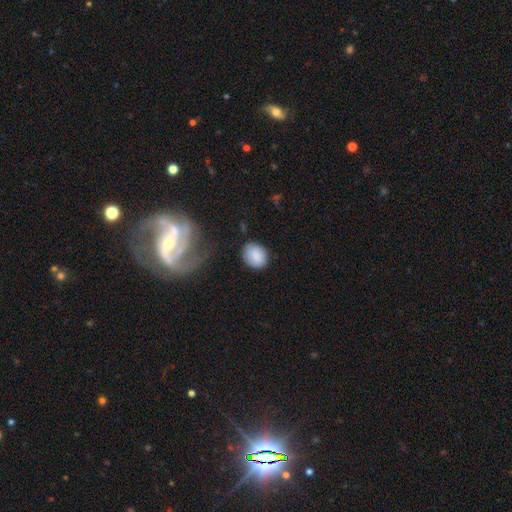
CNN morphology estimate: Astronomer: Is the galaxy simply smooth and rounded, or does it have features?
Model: smooth — 86%.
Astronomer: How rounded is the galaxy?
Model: round — 59% (runner-up: in between, 40%).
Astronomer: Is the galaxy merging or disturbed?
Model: none — 77%.